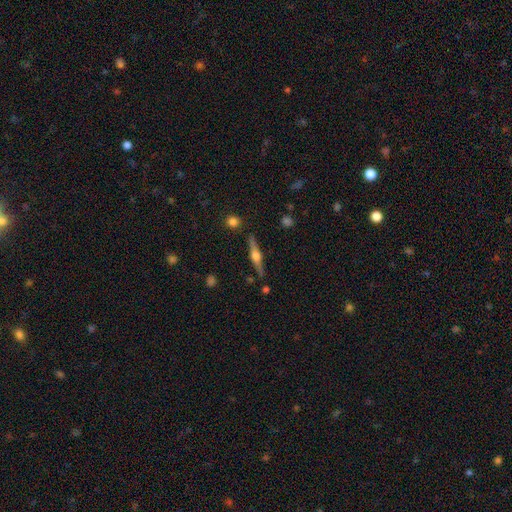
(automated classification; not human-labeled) smooth-or-featured: featured or disk: 71% | smooth: 22% | star or artifact: 6%
  disk-edge-on: yes: 97% | no: 3%
    edge-on-bulge: rounded: 92% | boxy: 6% | none: 2%
  merging: none: 86% | minor disturbance: 9% | merger: 3% | major disturbance: 2%